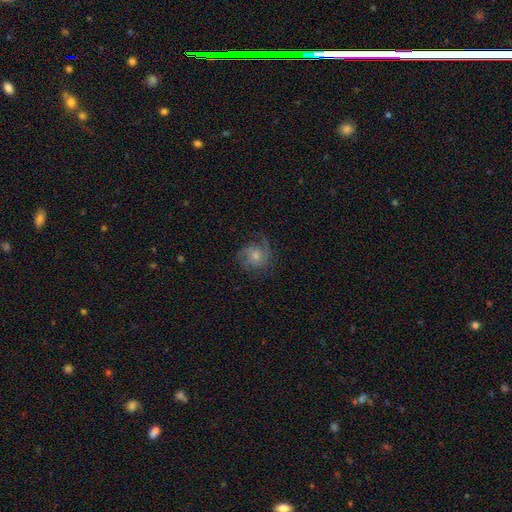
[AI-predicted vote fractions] Q: Smooth or featured?
A: featured or disk (56%); runner-up: smooth (35%)
Q: Edge-on disk?
A: no (97%); runner-up: yes (3%)
Q: Bar?
A: no (72%); runner-up: weak (25%)
Q: Spiral arms?
A: yes (88%); runner-up: no (12%)
Q: Bulge size?
A: moderate (48%); runner-up: small (37%)
Q: Merging?
A: none (61%); runner-up: minor disturbance (21%)